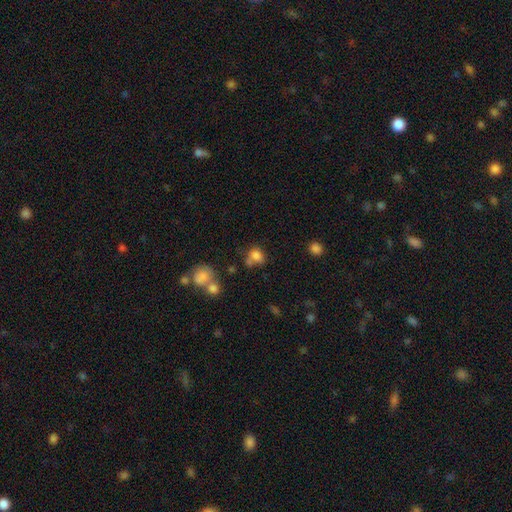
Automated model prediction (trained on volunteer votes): The model was most divided on "how rounded": in between: 56%, round: 43%, cigar-shaped: 1%. Remaining: smooth or featured — smooth (77%); merging — none (43%).